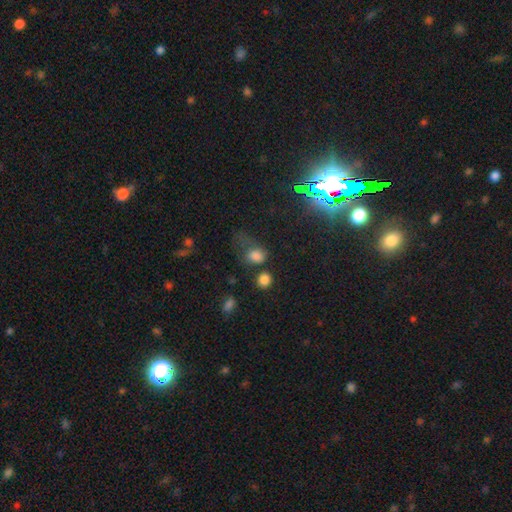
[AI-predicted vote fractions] A smooth galaxy with no disk features (76%) that is round (53%).

Vote fractions:
- Smooth or featured? smooth: 76% / star or artifact: 17% / featured or disk: 7%
- How rounded? round: 53% / in between: 45% / cigar-shaped: 2%
- Merging? none: 42% / major disturbance: 23% / minor disturbance: 22% / merger: 13%